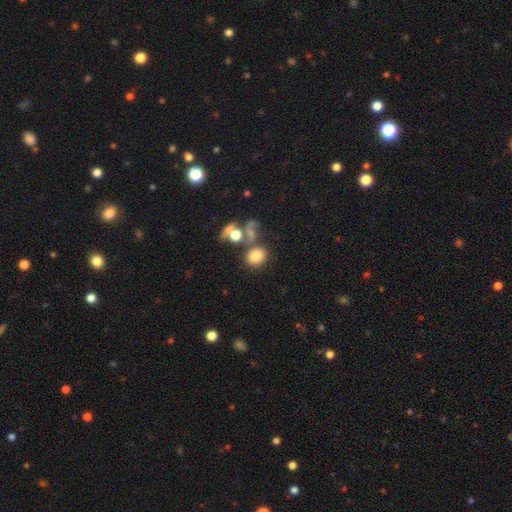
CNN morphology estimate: Smooth or featured: smooth — 75% (star or artifact — 13%)
How rounded: round — 60% (in between — 39%)
Merging: none — 53% (merger — 27%)